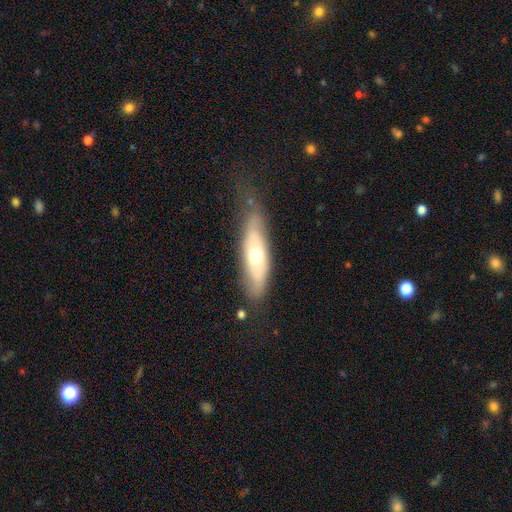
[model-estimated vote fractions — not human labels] Q: Smooth or featured?
A: featured or disk (48%); runner-up: smooth (45%)
Q: Merging?
A: none (55%); runner-up: minor disturbance (29%)